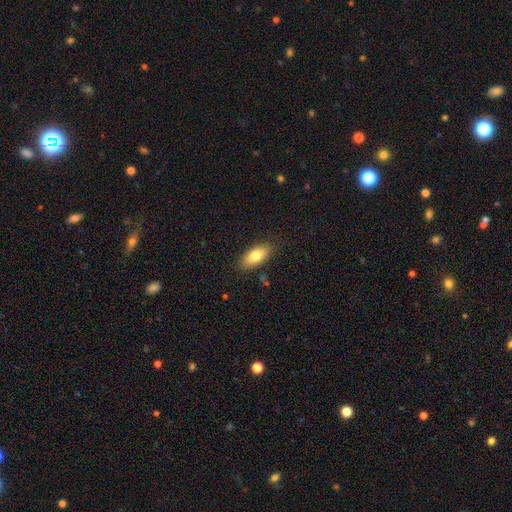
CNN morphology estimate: smooth-or-featured: smooth: 77% | featured or disk: 16% | star or artifact: 7%
  how-rounded: in between: 86% | cigar-shaped: 11% | round: 3%
  merging: none: 84% | minor disturbance: 12% | major disturbance: 3% | merger: 1%